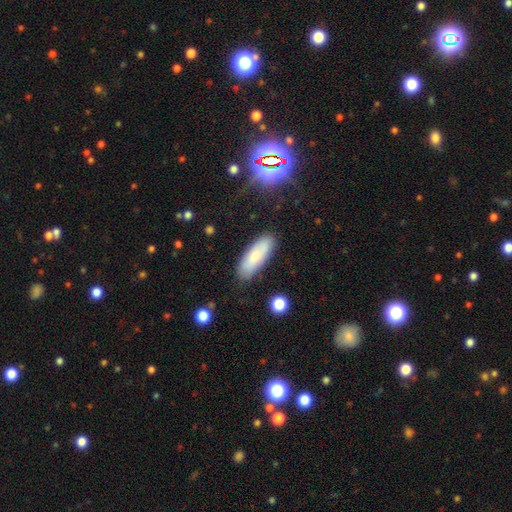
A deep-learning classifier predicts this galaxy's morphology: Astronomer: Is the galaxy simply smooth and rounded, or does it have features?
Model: smooth — 77%.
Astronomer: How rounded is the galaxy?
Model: in between — 62%.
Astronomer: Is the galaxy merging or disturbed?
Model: none — 84%.